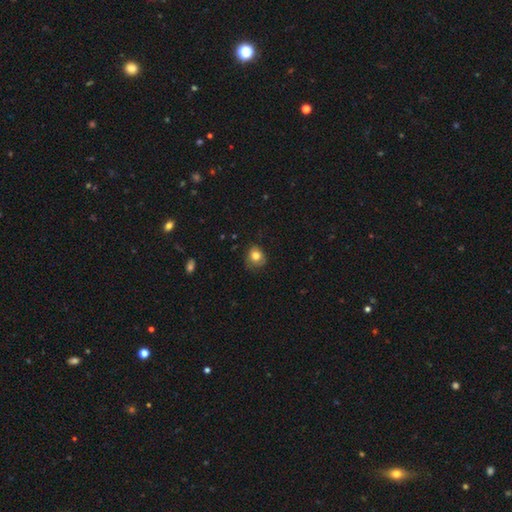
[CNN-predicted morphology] Overall: smooth (78%). How rounded: round (72%). Merging: none (64%; minor disturbance 26%).